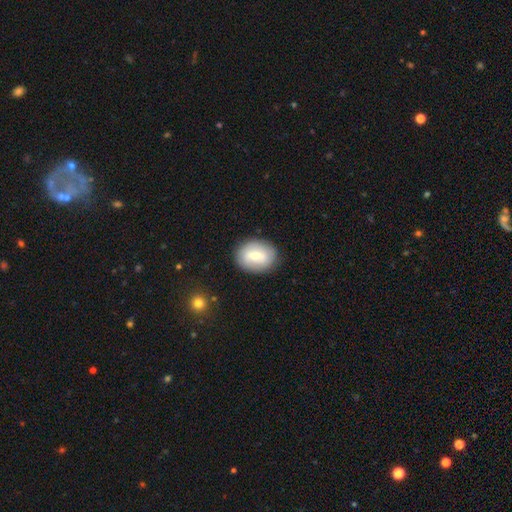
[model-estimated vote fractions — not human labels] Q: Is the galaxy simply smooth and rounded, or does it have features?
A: smooth — 59%.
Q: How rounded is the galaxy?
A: in between — 62%.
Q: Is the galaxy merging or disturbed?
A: none — 86%.